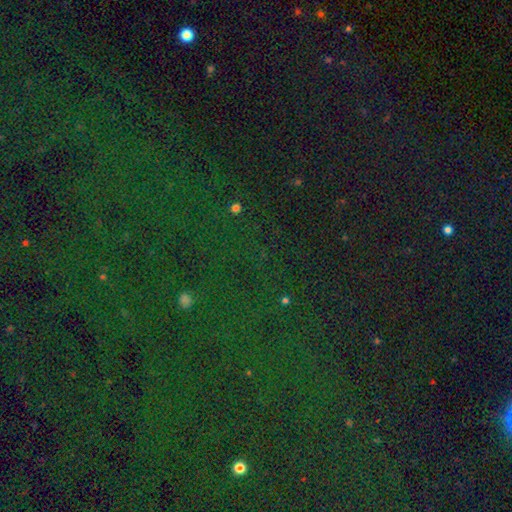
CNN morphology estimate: smooth_or_featured: star or artifact (p=0.80) [alt: smooth p=0.13]